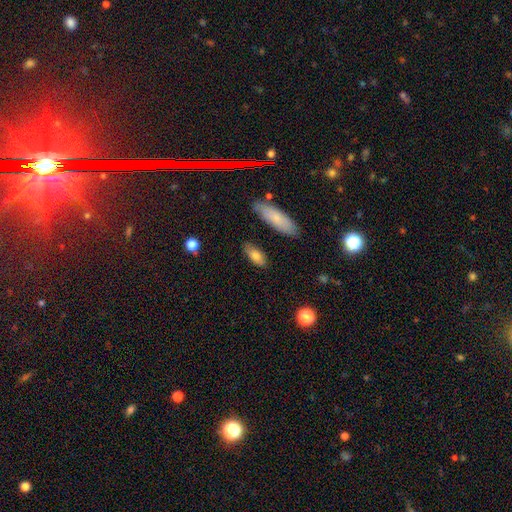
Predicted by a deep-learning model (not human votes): Smooth or featured? Predicted: smooth (p=0.77). How rounded? Predicted: in between (p=0.75). Merging? Predicted: none (p=0.80).